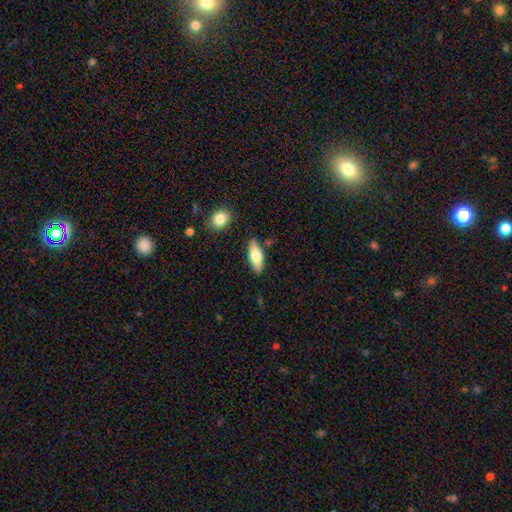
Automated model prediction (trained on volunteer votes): This appears to be a smooth galaxy with no disk features (74%) that is in between round and cigar-shaped (73%). Merging: none (82%).